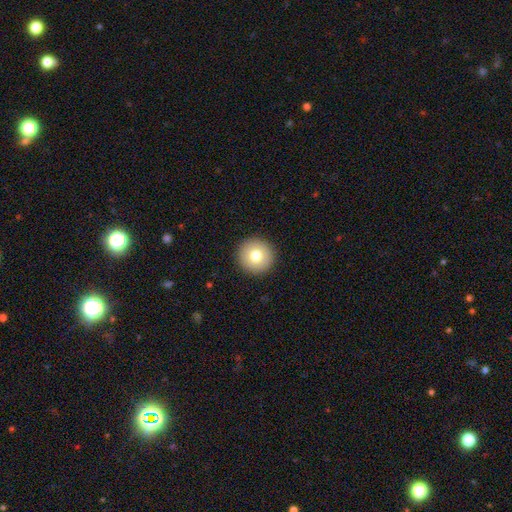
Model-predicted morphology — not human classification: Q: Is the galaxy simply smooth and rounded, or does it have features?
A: smooth — 76%.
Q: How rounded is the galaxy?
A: round — 96%.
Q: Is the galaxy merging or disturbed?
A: none — 93%.